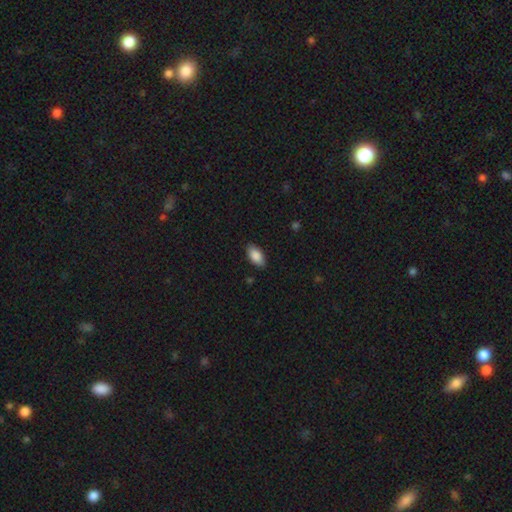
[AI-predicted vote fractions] smooth_or_featured: smooth (p=0.87) [alt: star or artifact p=0.07]
how_rounded: in between (p=0.93) [alt: cigar-shaped p=0.04]
merging: none (p=0.87) [alt: minor disturbance p=0.10]